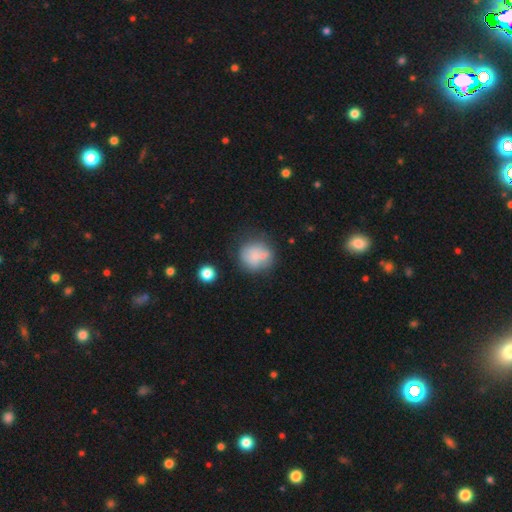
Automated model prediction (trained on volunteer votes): Smooth or featured? Predicted: smooth (p=0.69). How rounded? Predicted: round (p=0.86). Merging? Predicted: none (p=0.54).